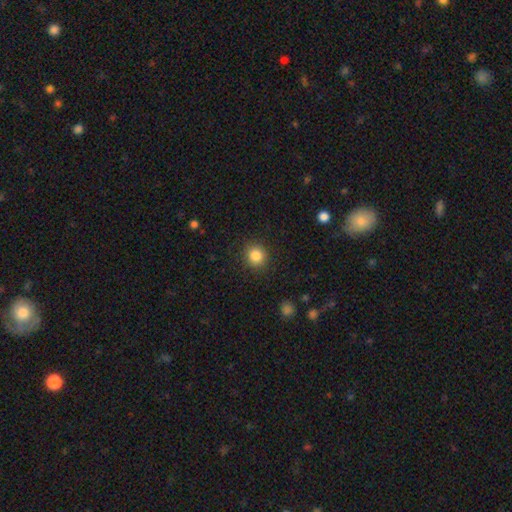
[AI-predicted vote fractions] The model was most divided on "smooth or featured": smooth: 85%, star or artifact: 10%, featured or disk: 5%. More confident: merging — none (89%); how rounded — round (87%).